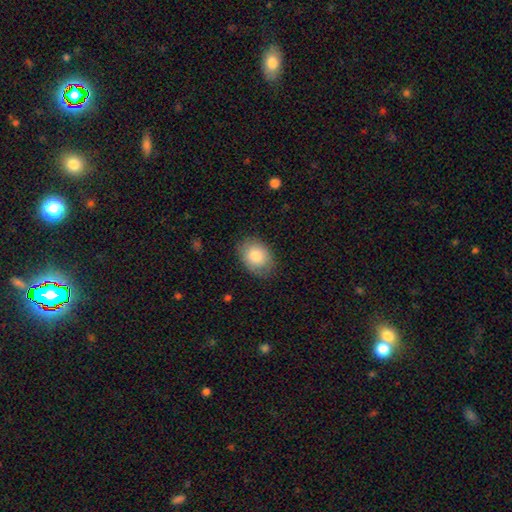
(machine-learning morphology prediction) Q: Smooth or featured?
A: smooth (83%); runner-up: featured or disk (10%)
Q: How rounded?
A: in between (71%); runner-up: round (28%)
Q: Merging?
A: none (81%); runner-up: minor disturbance (15%)